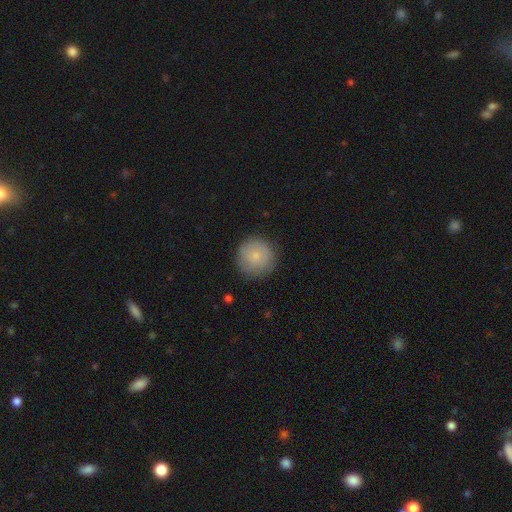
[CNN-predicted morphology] smooth_or_featured: smooth (p=0.77) [alt: featured or disk p=0.16]
how_rounded: round (p=0.96) [alt: in between p=0.03]
merging: none (p=0.84) [alt: minor disturbance p=0.12]